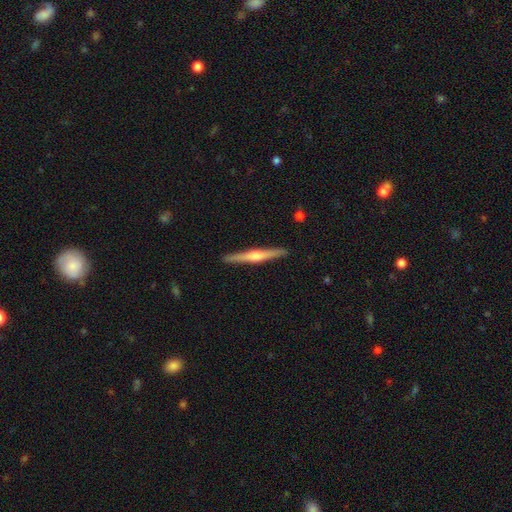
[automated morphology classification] Smooth or featured? featured or disk (74%)
Edge-on disk? yes (98%)
Edge-on bulge? rounded (84%)
Merging? none (92%)